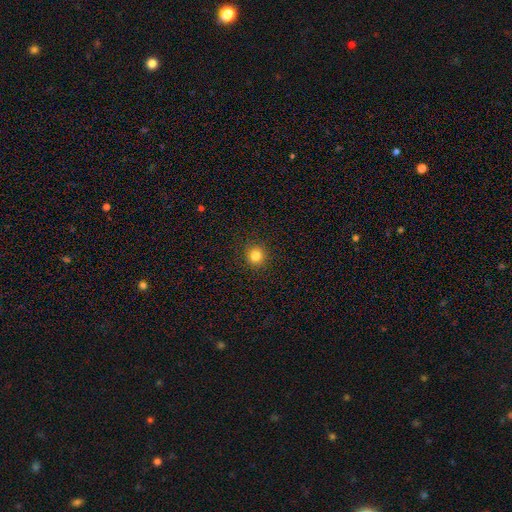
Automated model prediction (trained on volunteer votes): smooth 82%, star or artifact 13%, featured or disk 5%. Down the decision tree: how rounded — round (93%); merging — none (91%).